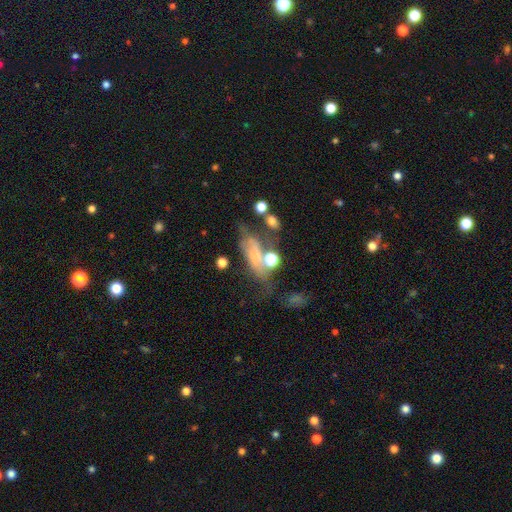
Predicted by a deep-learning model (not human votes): Morphology: type=smooth (45%); merging=major disturbance (31%).